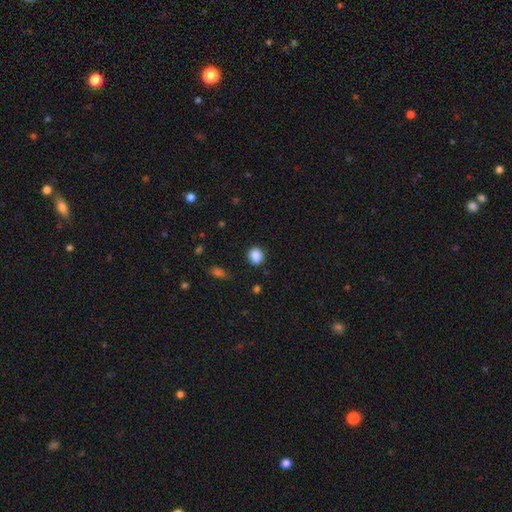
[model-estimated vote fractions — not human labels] The model was most divided on "how rounded": round: 70%, in between: 29%, cigar-shaped: 1%. More confident: smooth or featured — smooth (88%); merging — none (84%).